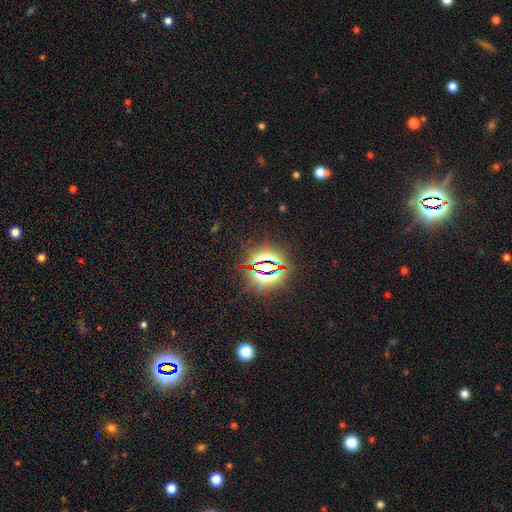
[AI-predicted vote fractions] smooth-or-featured: star or artifact: 84% | smooth: 10% | featured or disk: 6%